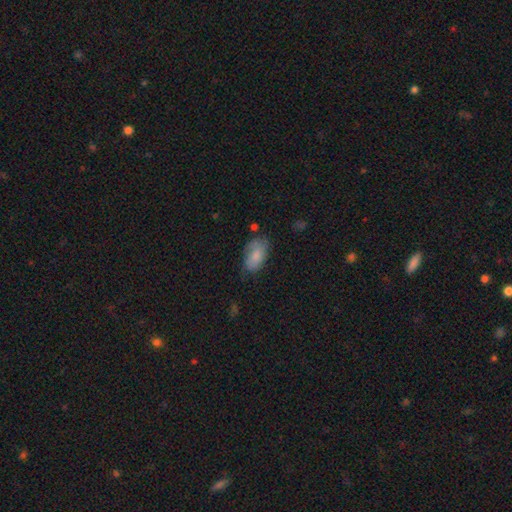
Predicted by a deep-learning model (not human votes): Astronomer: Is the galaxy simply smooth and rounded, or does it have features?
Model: smooth — 78%.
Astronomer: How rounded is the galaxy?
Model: in between — 93%.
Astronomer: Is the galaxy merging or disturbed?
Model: none — 58%.